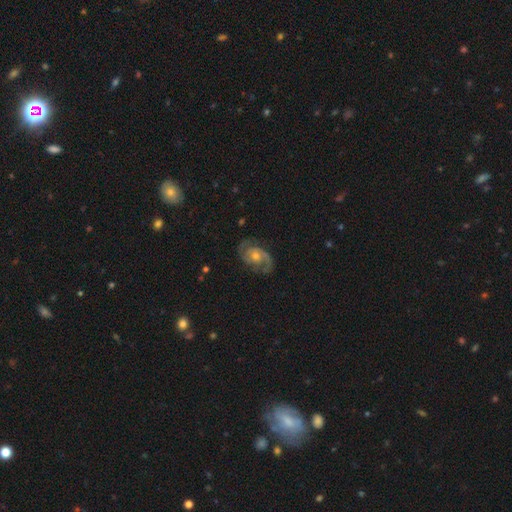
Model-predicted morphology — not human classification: type=featured or disk (88%); edge-on=no (97%); bar=no (71%); spiral arms=yes (97%); winding=medium (52%); arm count=2 (89%); bulge=moderate (56%); merging=none (75%).